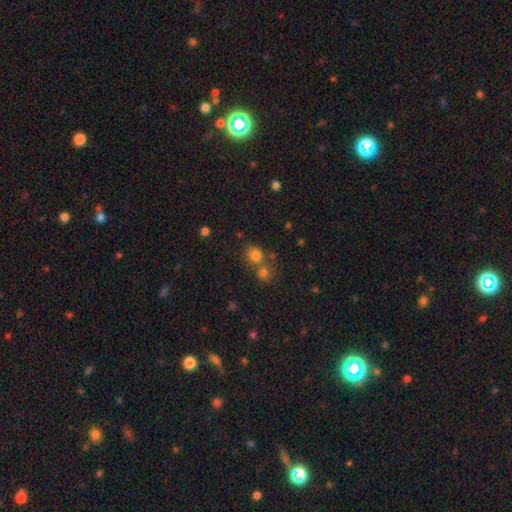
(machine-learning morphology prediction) Smooth or featured?
  - smooth: 75% *
  - star or artifact: 17%
  - featured or disk: 8%
How rounded?
  - round: 76% *
  - in between: 23%
  - cigar-shaped: 1%
Merging?
  - none: 50% *
  - merger: 39%
  - minor disturbance: 8%
  - major disturbance: 3%